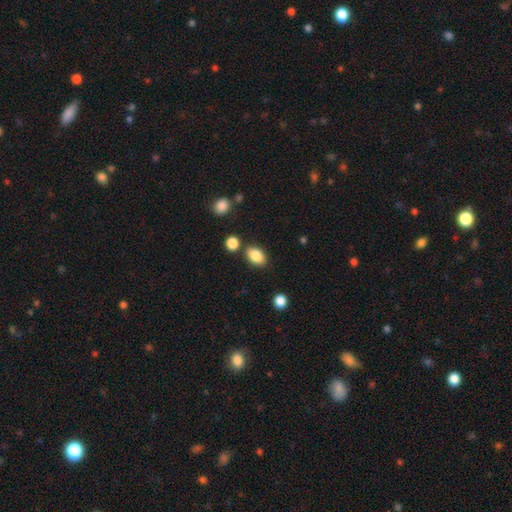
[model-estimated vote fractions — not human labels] Smooth or featured? smooth (86%)
How rounded? in between (85%)
Merging? none (78%)